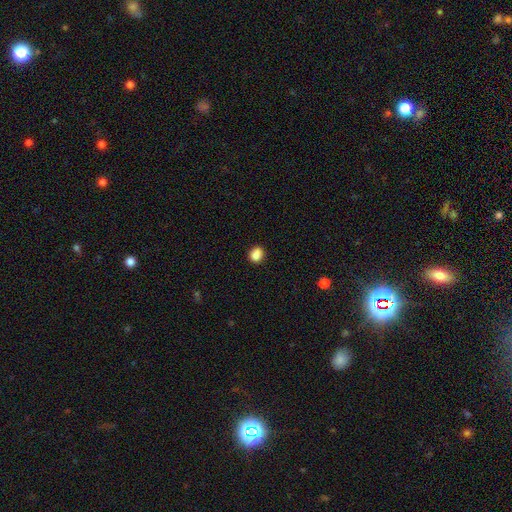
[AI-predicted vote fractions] Smooth or featured: smooth — 82% (star or artifact — 10%)
How rounded: round — 71% (in between — 28%)
Merging: none — 63% (minor disturbance — 19%)